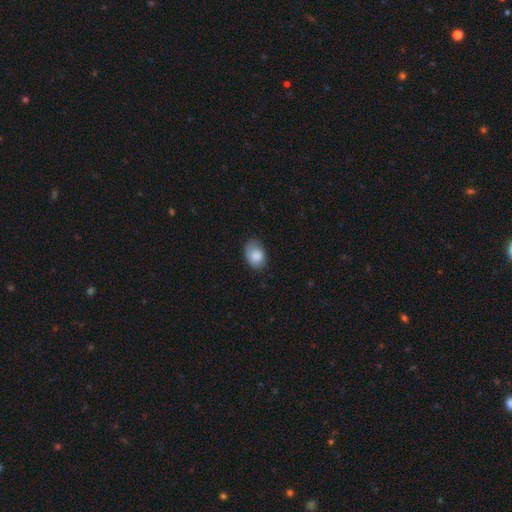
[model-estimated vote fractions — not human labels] Morphology: type=smooth (85%); roundness=in between (80%); merging=none (66%).